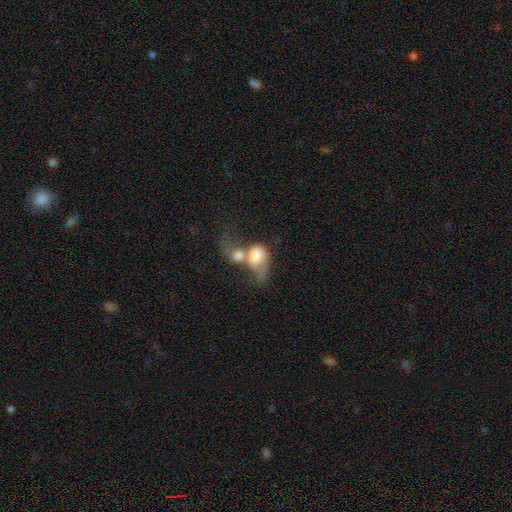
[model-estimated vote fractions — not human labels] Overall: smooth (64%; featured or disk 28%). How rounded: in between (60%; round 38%). Merging: merger (77%).